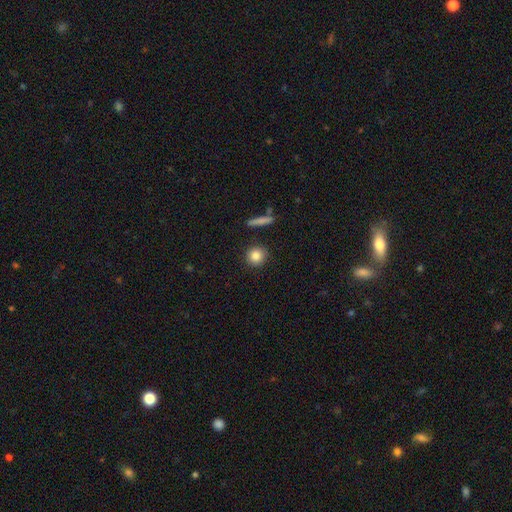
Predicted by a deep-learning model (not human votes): Smooth or featured? Predicted: smooth (p=0.84). How rounded? Predicted: round (p=0.92). Merging? Predicted: none (p=0.89).